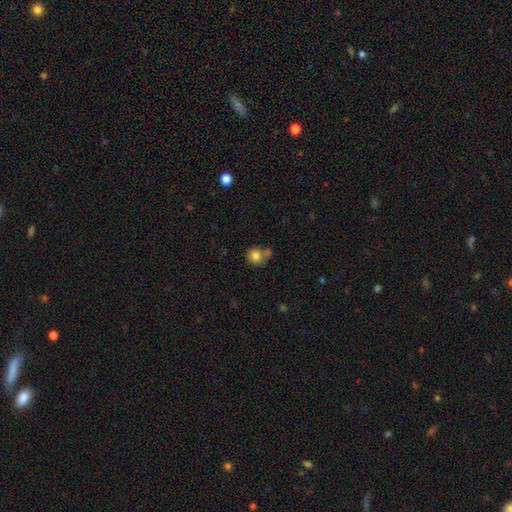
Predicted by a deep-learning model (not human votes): This is clearly a smooth galaxy (80%). How rounded: clearly round (84%). Merging: possibly none (54%).